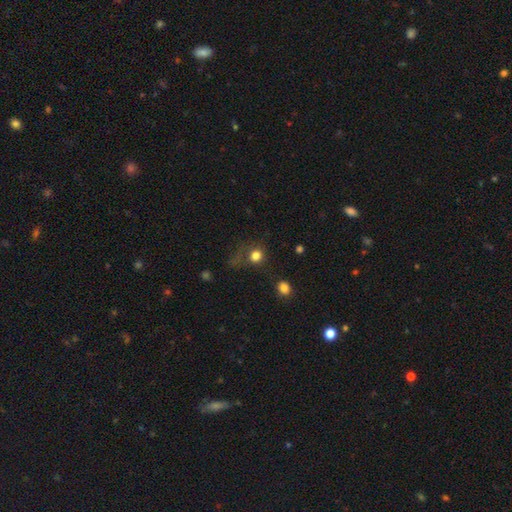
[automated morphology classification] Smooth or featured: smooth — 79% (star or artifact — 14%)
How rounded: round — 85% (in between — 14%)
Merging: none — 54% (major disturbance — 22%)